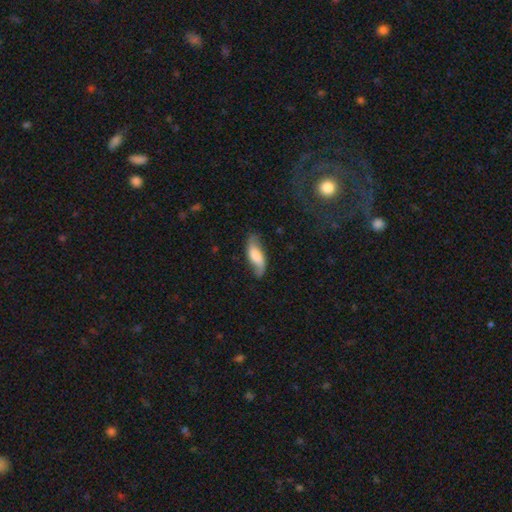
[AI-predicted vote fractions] Morphology: type=smooth (50%); roundness=in between (68%); merging=none (64%).